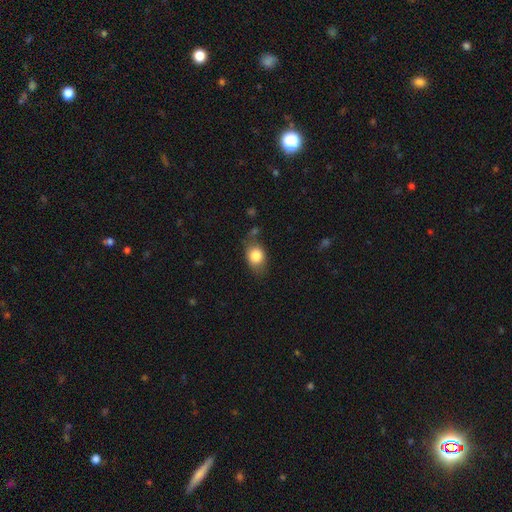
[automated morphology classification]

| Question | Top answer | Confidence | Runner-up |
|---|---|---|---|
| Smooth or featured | smooth | 80% | featured or disk (12%) |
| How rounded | in between | 67% | round (31%) |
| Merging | none | 65% | minor disturbance (22%) |